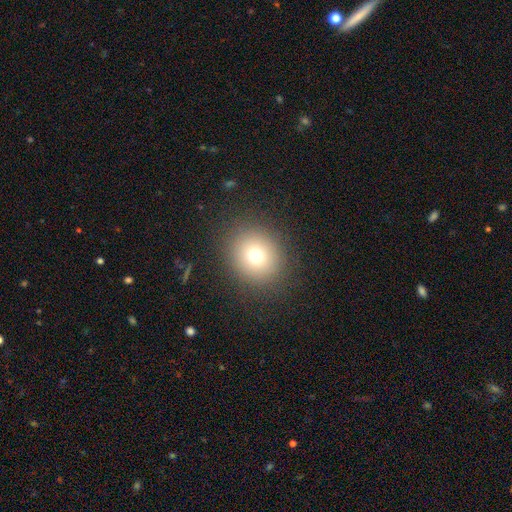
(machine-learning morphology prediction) smooth_or_featured: smooth (p=0.73) [alt: star or artifact p=0.17]
how_rounded: round (p=0.82) [alt: in between p=0.17]
merging: none (p=0.88) [alt: minor disturbance p=0.07]